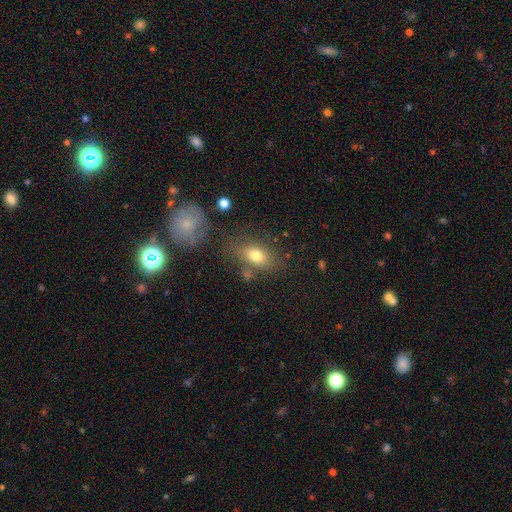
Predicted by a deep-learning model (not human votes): smooth-or-featured: smooth: 75% | featured or disk: 14% | star or artifact: 11%
  how-rounded: in between: 79% | round: 18% | cigar-shaped: 3%
  merging: none: 68% | minor disturbance: 16% | merger: 10% | major disturbance: 7%